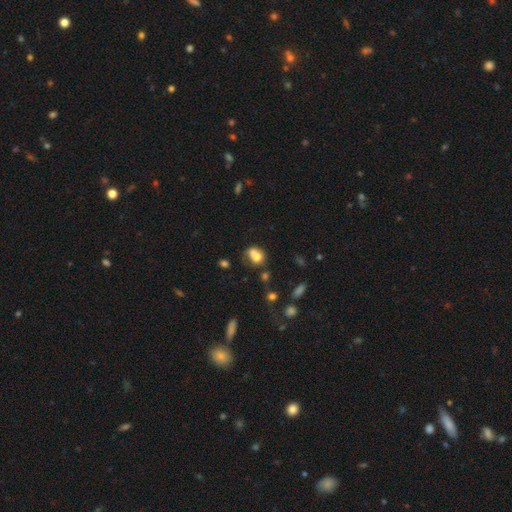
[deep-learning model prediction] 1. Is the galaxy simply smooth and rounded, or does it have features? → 70% smooth, 18% featured or disk, 12% star or artifact.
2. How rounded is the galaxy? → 58% in between, 41% round, 1% cigar-shaped.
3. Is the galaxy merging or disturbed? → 41% merger, 31% none, 17% minor disturbance, 11% major disturbance.